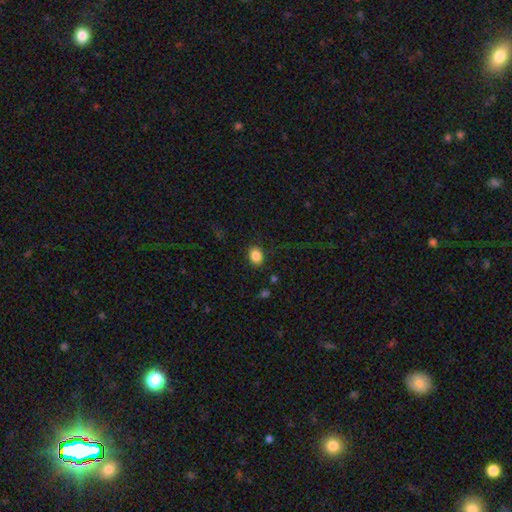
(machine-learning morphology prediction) A smooth galaxy with no disk features (86%) that is in between round and cigar-shaped (50%). Merging: none (88%).